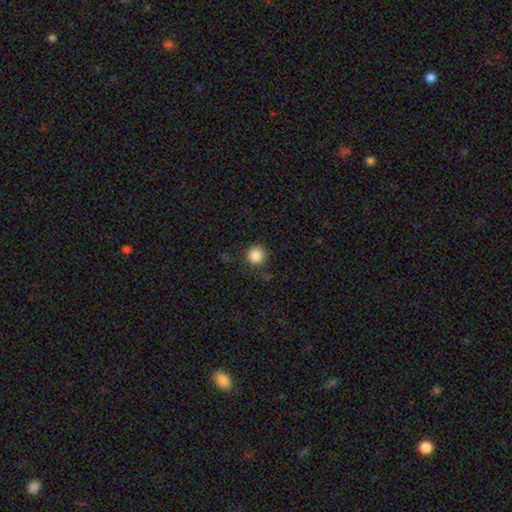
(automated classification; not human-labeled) A smooth galaxy with no disk features (86%) that is round (93%). Merging: none (81%).